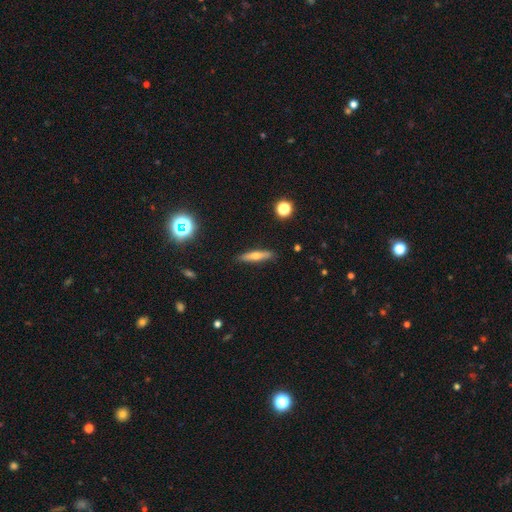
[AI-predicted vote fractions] The model was most divided on "smooth or featured": smooth: 49%, featured or disk: 42%, star or artifact: 9%. More confident: merging — none (89%).